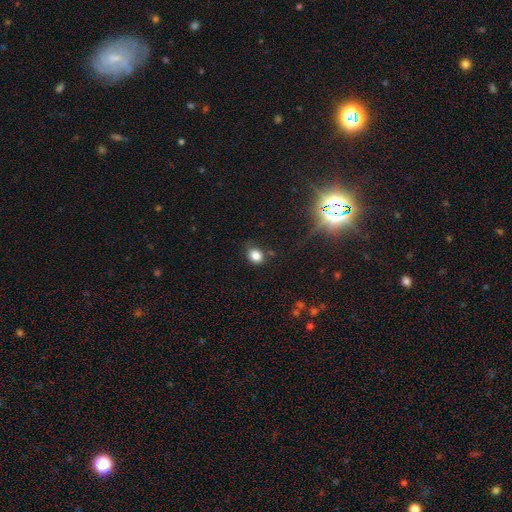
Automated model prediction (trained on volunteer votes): A smooth galaxy with no disk features (82%) that is round (50%). Merging: none (74%).